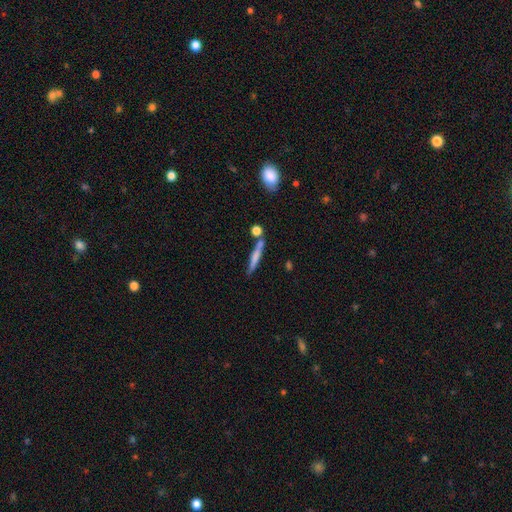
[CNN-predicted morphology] Smooth or featured: smooth — 62% (featured or disk — 31%)
How rounded: cigar-shaped — 92% (in between — 5%)
Merging: none — 71% (merger — 14%)